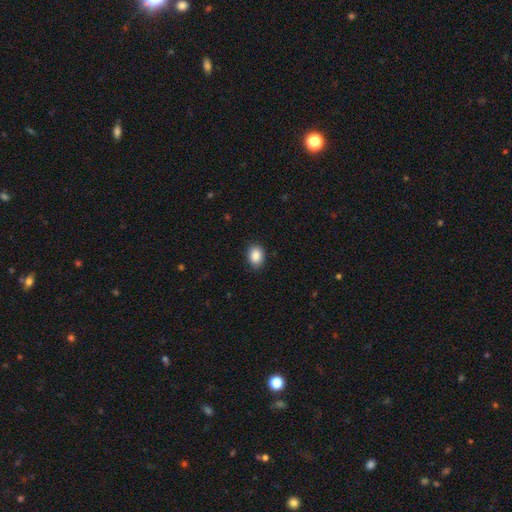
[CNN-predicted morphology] smooth_or_featured: smooth (p=0.88) [alt: star or artifact p=0.08]
how_rounded: in between (p=0.69) [alt: round p=0.30]
merging: none (p=0.86) [alt: minor disturbance p=0.11]